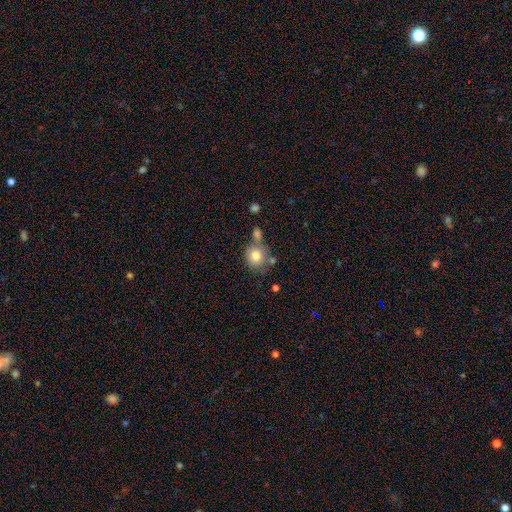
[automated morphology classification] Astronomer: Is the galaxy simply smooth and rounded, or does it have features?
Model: smooth — 79%.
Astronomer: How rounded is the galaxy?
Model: round — 83%.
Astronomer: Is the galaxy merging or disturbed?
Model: none — 56%.